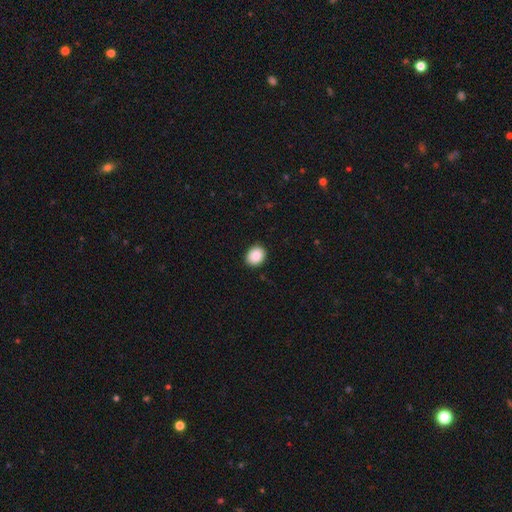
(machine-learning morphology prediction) smooth-or-featured: smooth: 89% | star or artifact: 8% | featured or disk: 3%
  how-rounded: in between: 50% | round: 49% | cigar-shaped: 1%
  merging: none: 90% | minor disturbance: 7% | major disturbance: 2% | merger: 1%